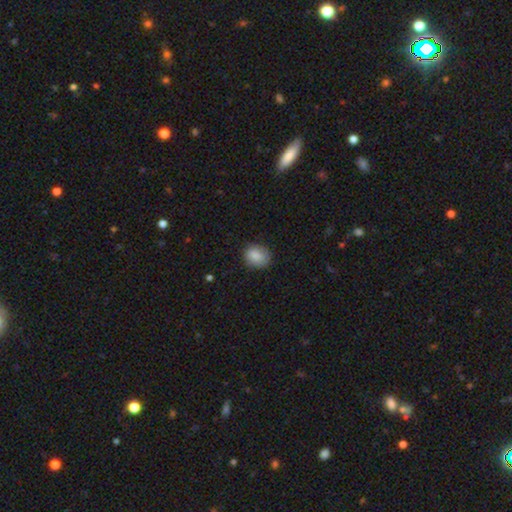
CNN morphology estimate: type=smooth (87%); roundness=round (52%); merging=none (80%).